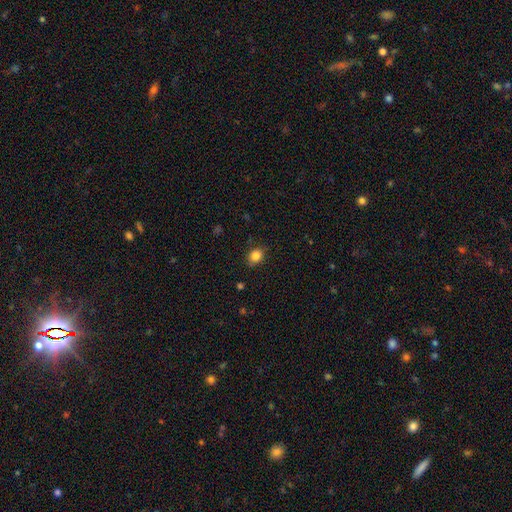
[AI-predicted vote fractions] Morphology: type=smooth (84%); roundness=round (55%); merging=none (78%).